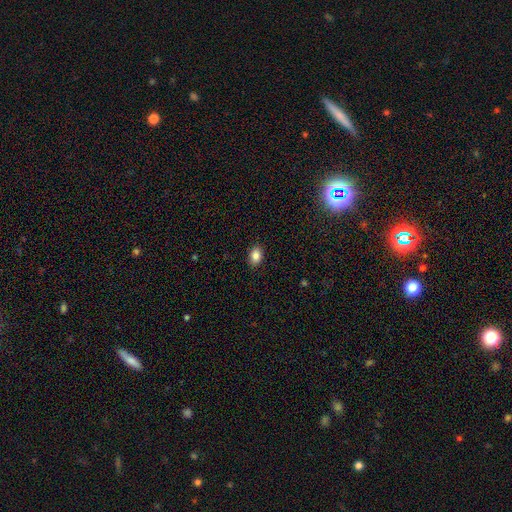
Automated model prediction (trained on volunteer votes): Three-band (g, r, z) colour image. It shows a smooth galaxy with no disk features (84%) that is in between round and cigar-shaped (76%). Merging: none (89%).